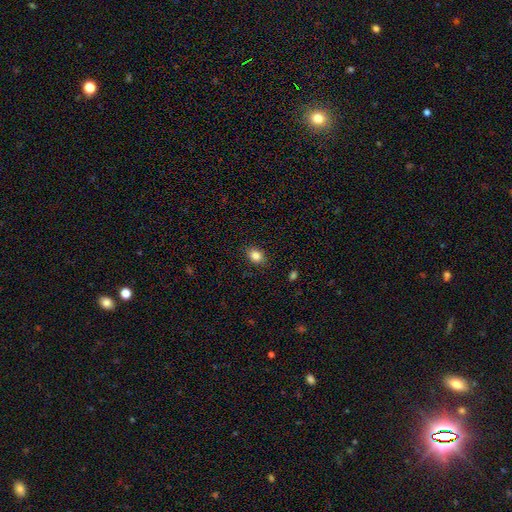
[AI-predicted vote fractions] Q: Smooth or featured?
A: smooth (85%); runner-up: star or artifact (10%)
Q: How rounded?
A: in between (67%); runner-up: round (32%)
Q: Merging?
A: none (87%); runner-up: minor disturbance (10%)